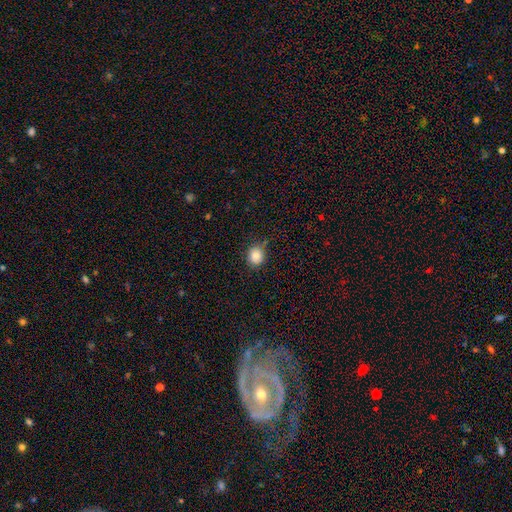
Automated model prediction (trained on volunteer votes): The model was most divided on "how rounded": round: 77%, in between: 22%, cigar-shaped: 1%. More confident: smooth or featured — smooth (83%); merging — none (77%).